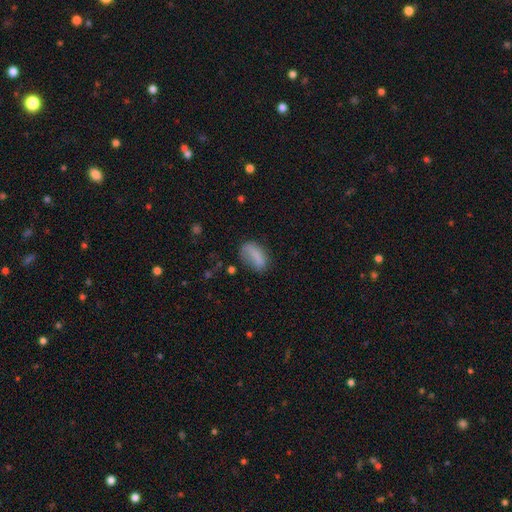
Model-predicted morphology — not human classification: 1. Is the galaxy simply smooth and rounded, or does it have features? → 78% smooth, 13% featured or disk, 9% star or artifact.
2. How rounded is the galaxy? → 83% in between, 10% cigar-shaped, 7% round.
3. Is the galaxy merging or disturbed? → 54% none, 27% minor disturbance, 15% major disturbance, 4% merger.